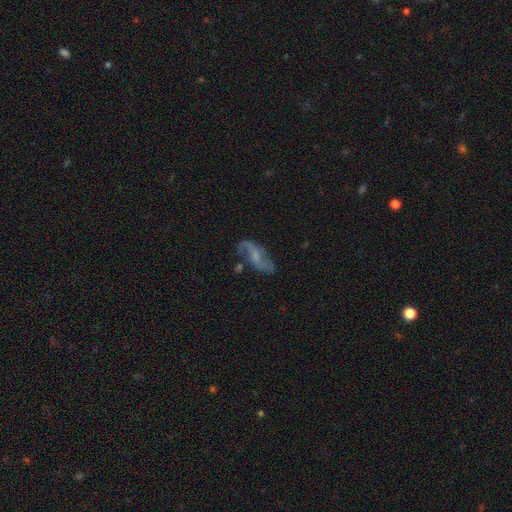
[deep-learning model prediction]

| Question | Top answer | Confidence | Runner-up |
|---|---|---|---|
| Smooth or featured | featured or disk | 81% | smooth (12%) |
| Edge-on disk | no | 94% | yes (6%) |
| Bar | weak | 44% | no (43%) |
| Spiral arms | yes | 94% | no (6%) |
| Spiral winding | loose | 69% | medium (24%) |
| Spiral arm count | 2 | 90% | can't tell (4%) |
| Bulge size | small | 37% | none (29%) |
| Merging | none | 67% | minor disturbance (18%) |